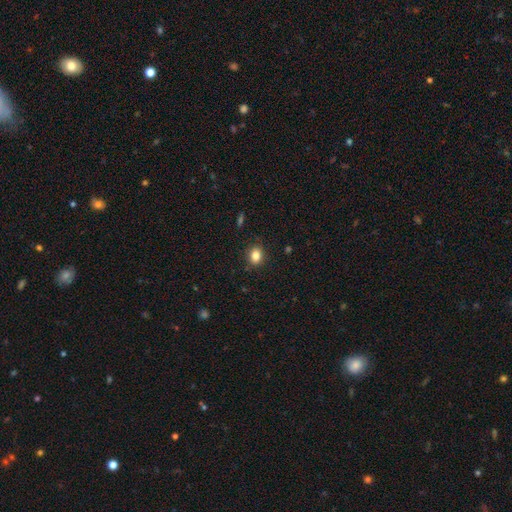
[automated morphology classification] smooth_or_featured: smooth (p=0.84) [alt: star or artifact p=0.10]
how_rounded: in between (p=0.59) [alt: round p=0.40]
merging: none (p=0.85) [alt: minor disturbance p=0.11]